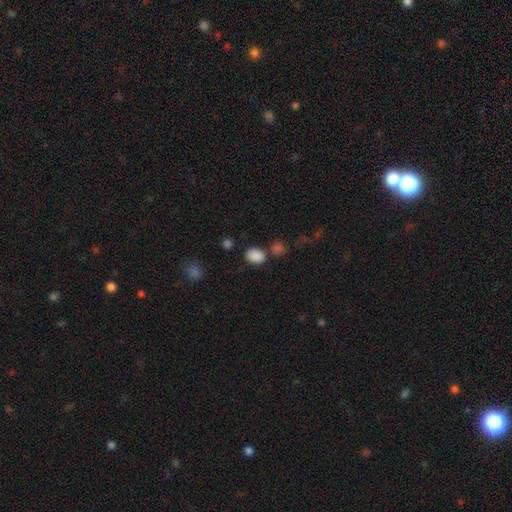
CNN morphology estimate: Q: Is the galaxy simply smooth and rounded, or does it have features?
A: smooth — 86%.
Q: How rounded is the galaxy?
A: in between — 67%.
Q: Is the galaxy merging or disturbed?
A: none — 70%.